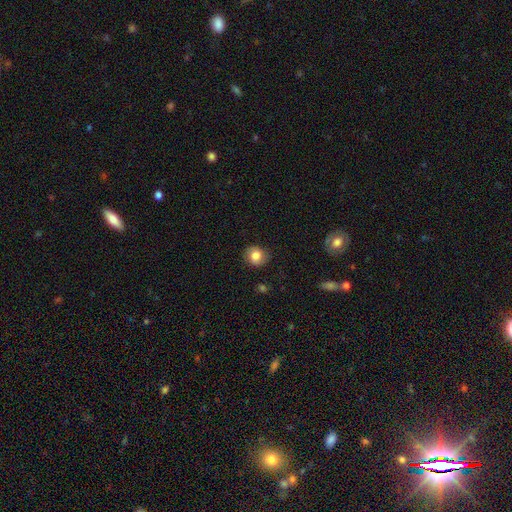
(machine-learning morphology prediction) A smooth galaxy with no disk features (77%) that is round (75%). Merging: none (80%).